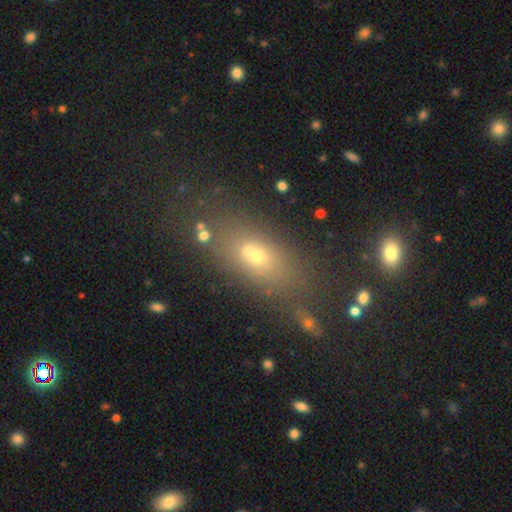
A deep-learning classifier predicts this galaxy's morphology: smooth-or-featured: smooth: 57% | star or artifact: 26% | featured or disk: 18%
  how-rounded: in between: 68% | round: 16% | cigar-shaped: 15%
  merging: none: 68% | minor disturbance: 14% | merger: 12% | major disturbance: 7%